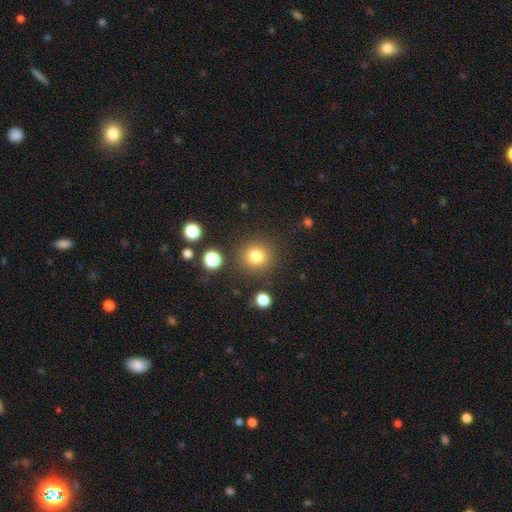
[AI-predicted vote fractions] This appears to be a smooth galaxy with no disk features (80%) that is round (92%). Merging: none (86%).